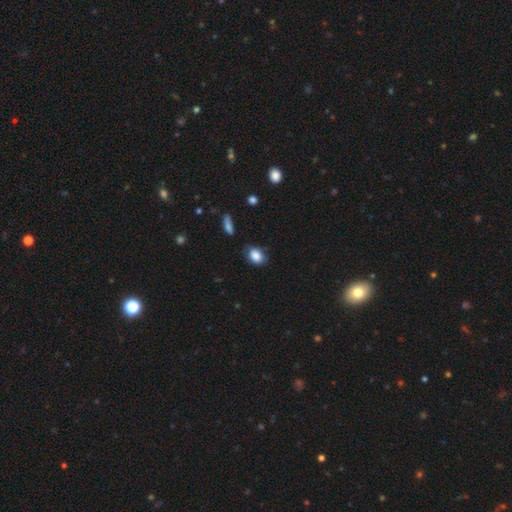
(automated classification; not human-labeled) A smooth galaxy with no disk features (85%) that is in between round and cigar-shaped (68%).

Vote fractions:
- Smooth or featured? smooth: 85% / star or artifact: 8% / featured or disk: 6%
- How rounded? in between: 68% / round: 30% / cigar-shaped: 1%
- Merging? none: 73% / minor disturbance: 20% / major disturbance: 4% / merger: 3%